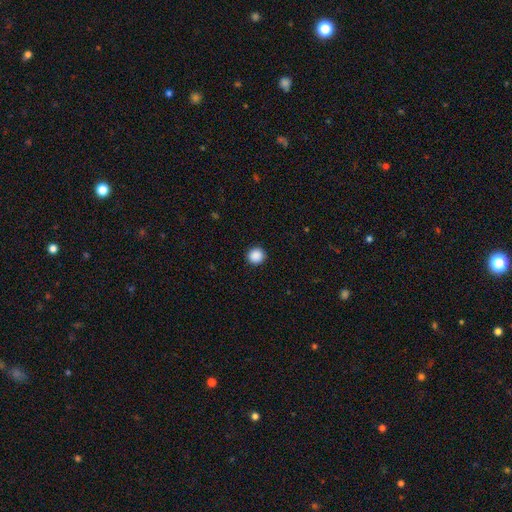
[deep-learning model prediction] This appears to be a smooth galaxy with no disk features (89%) that is round (95%). Merging: none (92%).